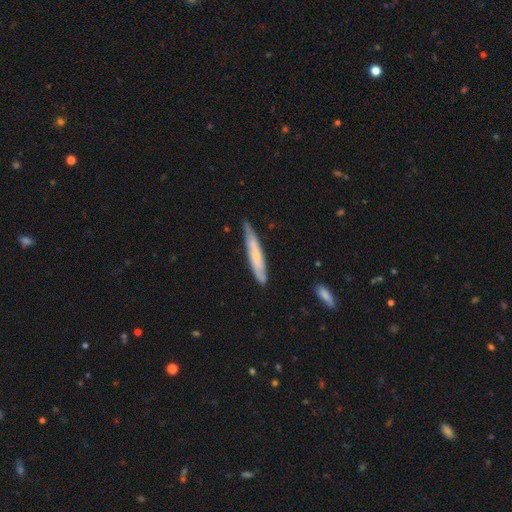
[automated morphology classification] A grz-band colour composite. It shows a smooth galaxy with no disk features (49%). Merging: none (75%).